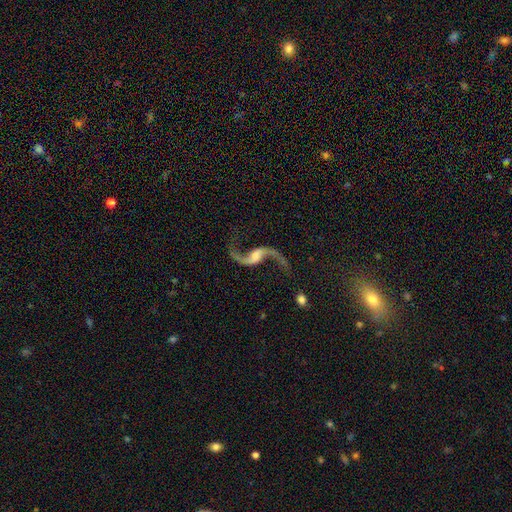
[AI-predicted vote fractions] The model was most divided on "bar" (2-way tie): weak: 40%, no: 40%, strong: 20%. Remaining: spiral arms — yes (97%); edge-on disk — no (96%); spiral arm count — 2 (94%); spiral winding — loose (93%); smooth or featured — featured or disk (92%); merging — none (77%); bulge size — moderate (33%).